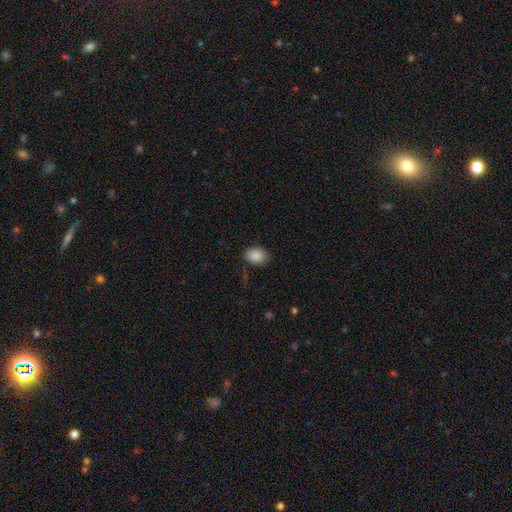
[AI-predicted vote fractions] This appears to be a smooth galaxy with no disk features (88%) that is in between round and cigar-shaped (75%). Merging: none (83%).